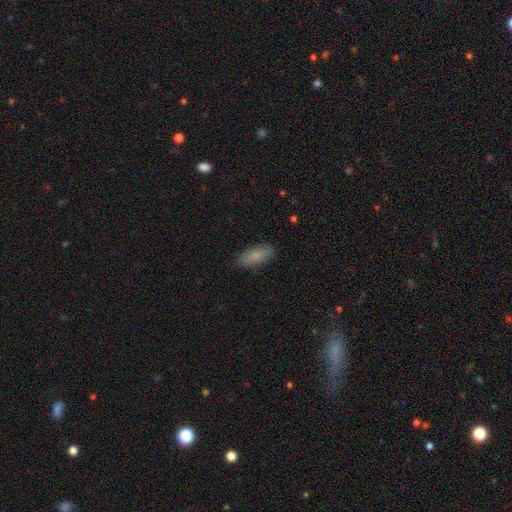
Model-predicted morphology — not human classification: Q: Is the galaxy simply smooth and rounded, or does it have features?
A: smooth — 83%.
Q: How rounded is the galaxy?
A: in between — 78%.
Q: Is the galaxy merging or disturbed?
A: none — 84%.